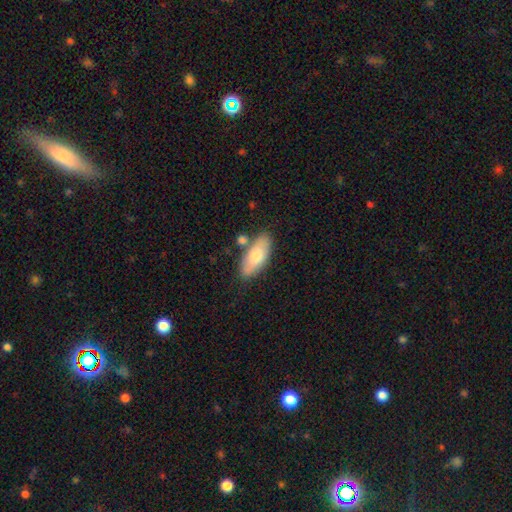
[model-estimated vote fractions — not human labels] Q: Smooth or featured?
A: smooth (72%); runner-up: featured or disk (22%)
Q: How rounded?
A: in between (85%); runner-up: cigar-shaped (12%)
Q: Merging?
A: none (72%); runner-up: minor disturbance (15%)